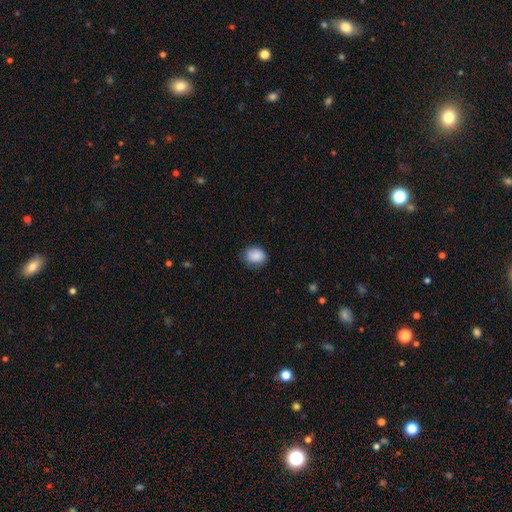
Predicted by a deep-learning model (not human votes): Smooth or featured? Predicted: smooth (p=0.87). How rounded? Predicted: in between (p=0.51). Merging? Predicted: none (p=0.75).